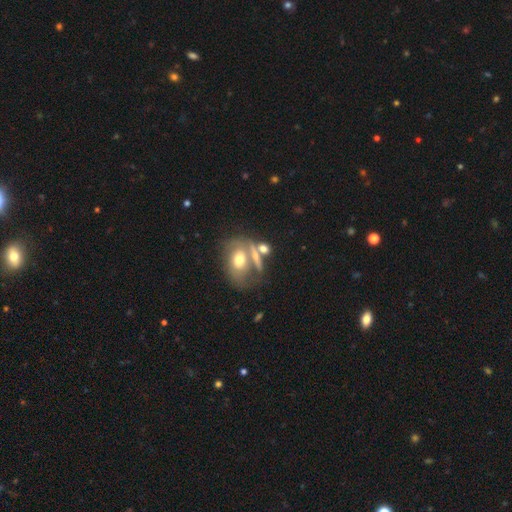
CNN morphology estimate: smooth-or-featured: smooth: 52% | featured or disk: 37% | star or artifact: 11%
  how-rounded: in between: 59% | round: 32% | cigar-shaped: 9%
  merging: merger: 44% | none: 33% | minor disturbance: 13% | major disturbance: 10%